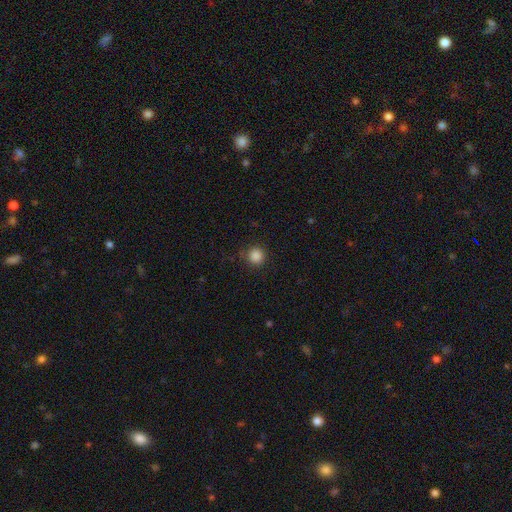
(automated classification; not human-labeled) Overall: smooth (86%). How rounded: round (95%). Merging: none (88%).